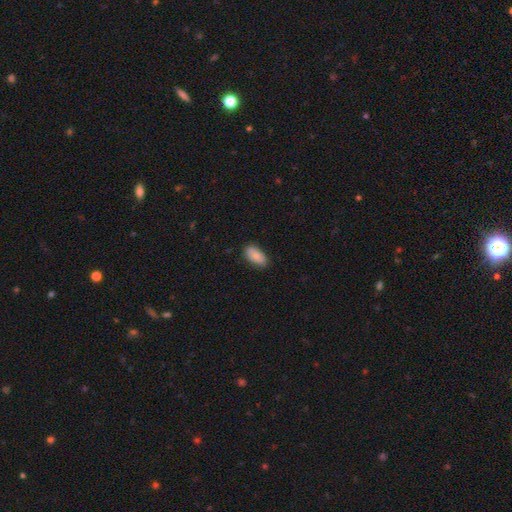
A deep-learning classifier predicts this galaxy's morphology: Smooth or featured?
  - smooth: 81% *
  - featured or disk: 12%
  - star or artifact: 7%
How rounded?
  - in between: 93% *
  - cigar-shaped: 4%
  - round: 3%
Merging?
  - none: 81% *
  - minor disturbance: 15%
  - major disturbance: 2%
  - merger: 1%